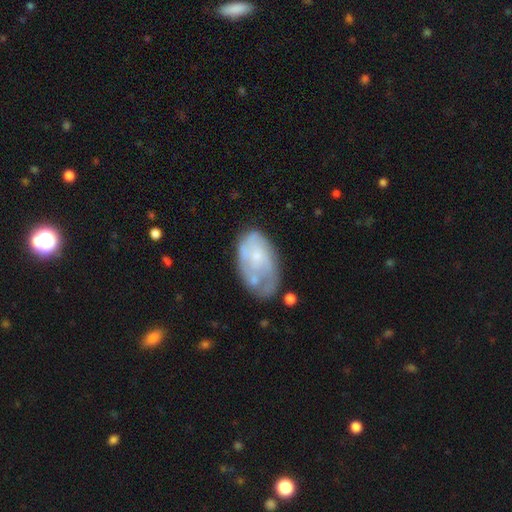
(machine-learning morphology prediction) Overall: featured or disk (60%; smooth 33%). Edge-on disk: no (96%). Bar: no (79%). Spiral arms: yes (61%; no 39%). Bulge size: small (71%). Merging: none (48%; minor disturbance 30%).